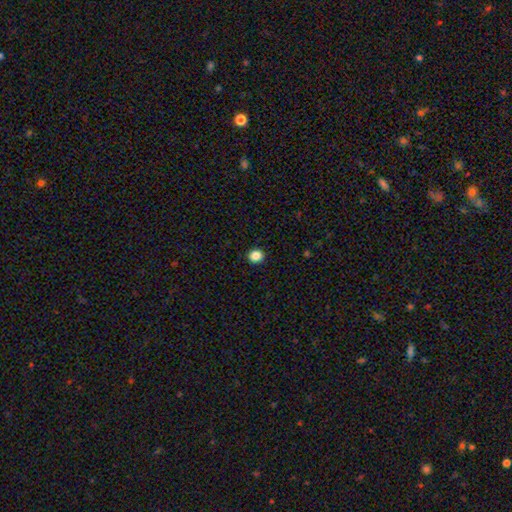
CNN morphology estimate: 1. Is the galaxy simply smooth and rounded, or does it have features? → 86% smooth, 11% star or artifact, 3% featured or disk.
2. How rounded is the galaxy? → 82% round, 17% in between, 1% cigar-shaped.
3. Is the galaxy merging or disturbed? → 93% none, 5% minor disturbance, 2% major disturbance, 1% merger.